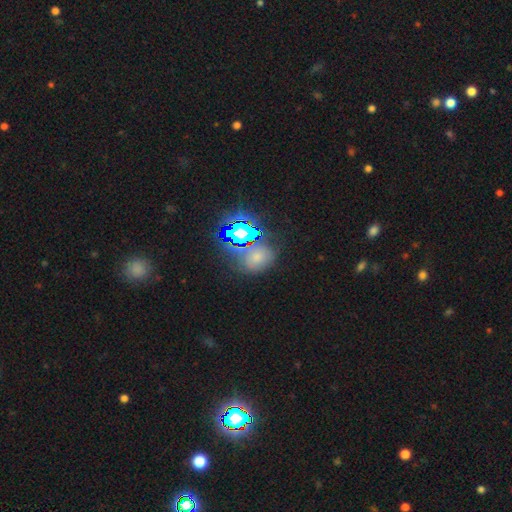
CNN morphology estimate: The model was most divided on "smooth or featured": smooth: 46%, star or artifact: 41%, featured or disk: 13%. More confident: merging — none (67%).